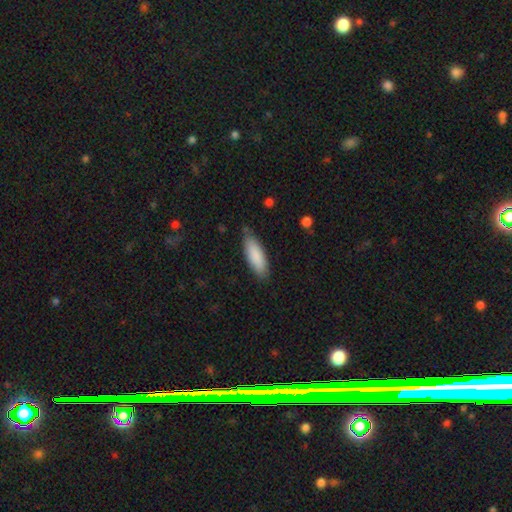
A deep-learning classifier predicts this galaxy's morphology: smooth 87%, featured or disk 7%, star or artifact 5%. Down the decision tree: how rounded — in between (57%); merging — none (79%).